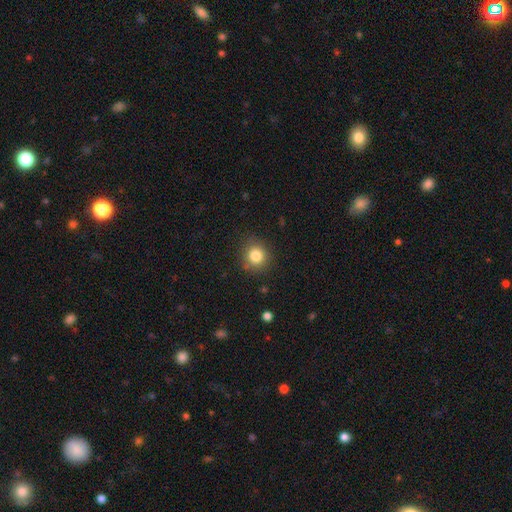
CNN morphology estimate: smooth-or-featured: smooth: 82% | star or artifact: 11% | featured or disk: 7%
  how-rounded: round: 87% | in between: 12% | cigar-shaped: 1%
  merging: none: 85% | minor disturbance: 10% | major disturbance: 3% | merger: 2%